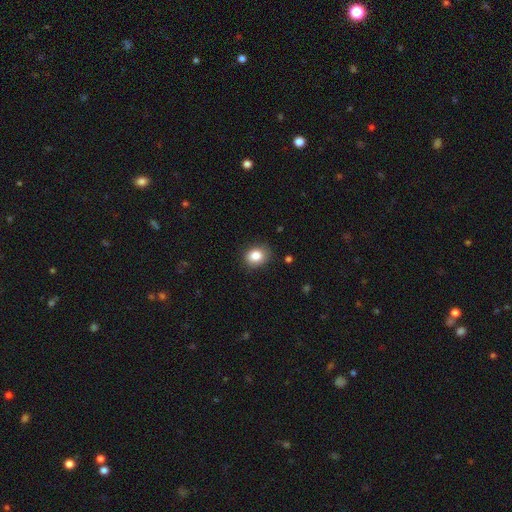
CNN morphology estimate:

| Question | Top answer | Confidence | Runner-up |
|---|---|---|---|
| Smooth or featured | smooth | 84% | star or artifact (10%) |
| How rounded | round | 53% | in between (46%) |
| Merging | none | 82% | minor disturbance (14%) |